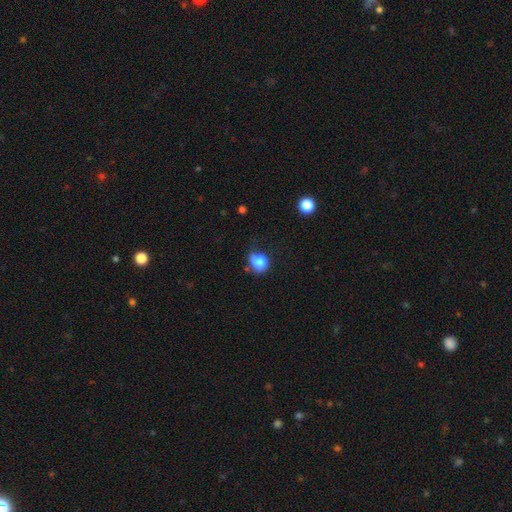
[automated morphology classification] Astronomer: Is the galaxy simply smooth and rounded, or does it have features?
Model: smooth — 80%.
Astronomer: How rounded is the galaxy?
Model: round — 73%.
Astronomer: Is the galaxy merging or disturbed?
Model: none — 47% (runner-up: minor disturbance, 34%).